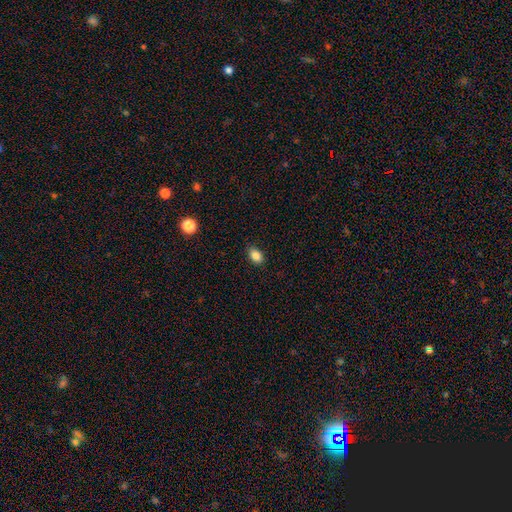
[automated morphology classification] This appears to be a smooth galaxy with no disk features (85%) that is in between round and cigar-shaped (81%). Merging: none (84%).